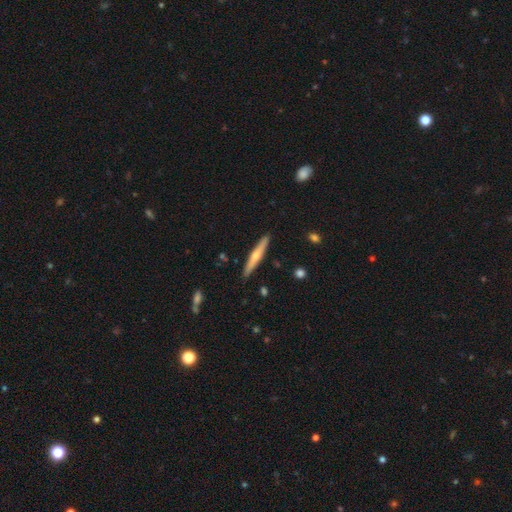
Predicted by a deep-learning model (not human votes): Smooth or featured? featured or disk (57%)
Edge-on disk? yes (96%)
Edge-on bulge? rounded (85%)
Merging? none (90%)